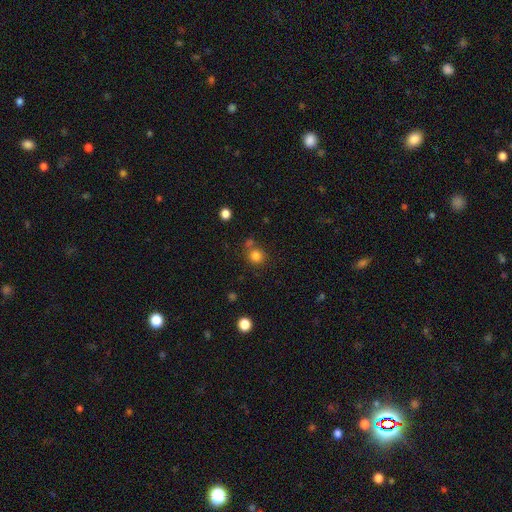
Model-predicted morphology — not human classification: smooth-or-featured: smooth: 81% | star or artifact: 13% | featured or disk: 6%
  how-rounded: round: 90% | in between: 9% | cigar-shaped: 1%
  merging: none: 68% | merger: 18% | minor disturbance: 10% | major disturbance: 4%